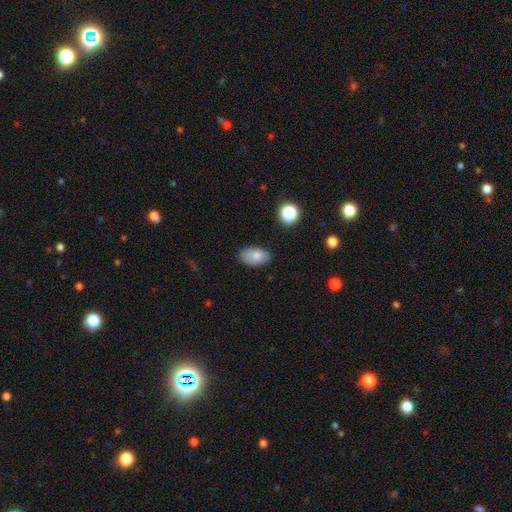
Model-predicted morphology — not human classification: smooth-or-featured: smooth: 81% | featured or disk: 11% | star or artifact: 8%
  how-rounded: in between: 92% | round: 7% | cigar-shaped: 1%
  merging: none: 82% | minor disturbance: 14% | major disturbance: 3% | merger: 2%